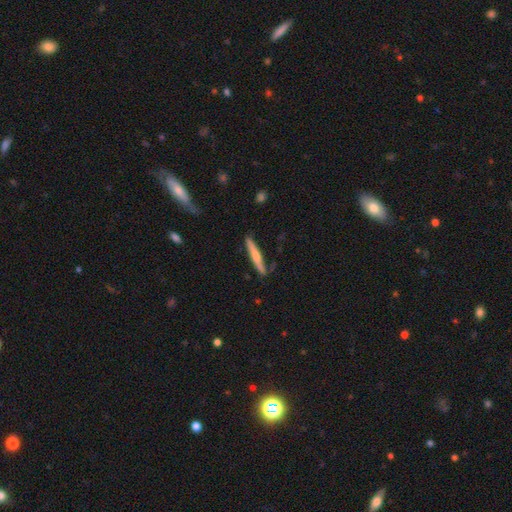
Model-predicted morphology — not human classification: The model was most divided on "smooth or featured": smooth: 59%, featured or disk: 36%, star or artifact: 5%. More confident: how rounded — cigar-shaped (94%); merging — none (81%).